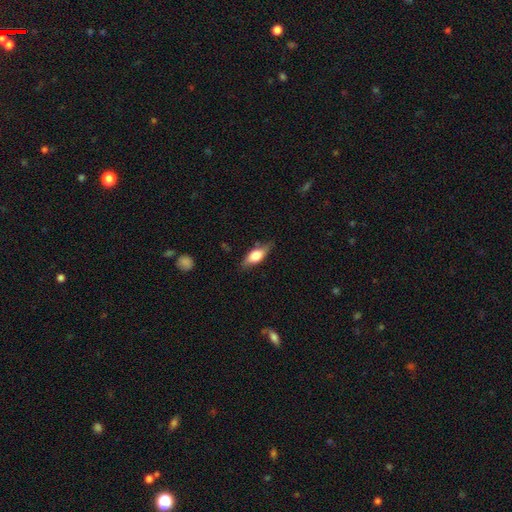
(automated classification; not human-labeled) This is possibly a smooth galaxy (58%). How rounded: likely in between (70%). Merging: likely none (77%).